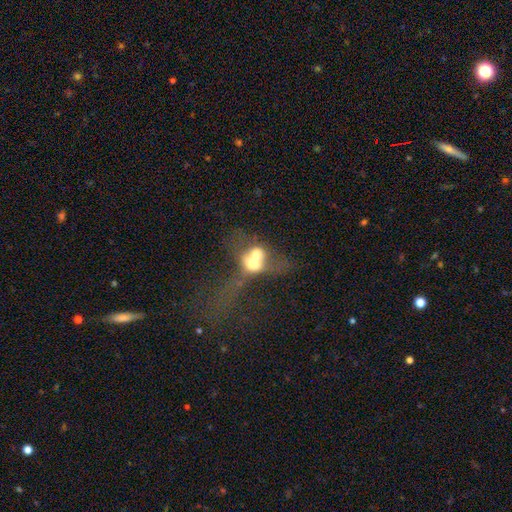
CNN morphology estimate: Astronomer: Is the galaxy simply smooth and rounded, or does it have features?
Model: smooth — 52% (runner-up: featured or disk, 37%).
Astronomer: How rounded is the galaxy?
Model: round — 51% (runner-up: in between, 47%).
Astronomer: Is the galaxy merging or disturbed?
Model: merger — 74%.